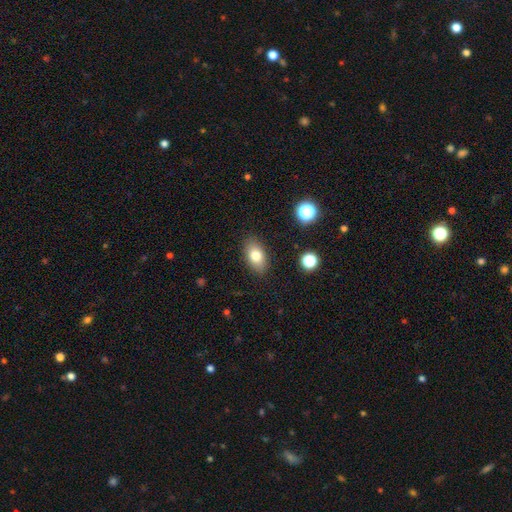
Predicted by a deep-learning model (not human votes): The model was most divided on "smooth or featured": smooth: 79%, featured or disk: 13%, star or artifact: 9%. More confident: how rounded — in between (89%); merging — none (86%).